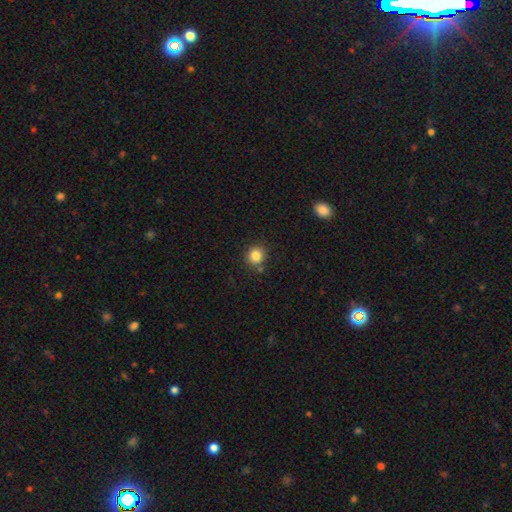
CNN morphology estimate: Q: Smooth or featured?
A: smooth (84%); runner-up: star or artifact (11%)
Q: How rounded?
A: round (89%); runner-up: in between (10%)
Q: Merging?
A: none (80%); runner-up: minor disturbance (10%)